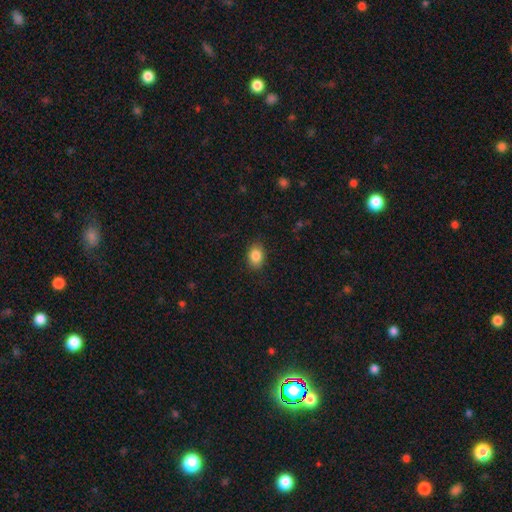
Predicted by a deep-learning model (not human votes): Smooth or featured? Predicted: smooth (p=0.86). How rounded? Predicted: in between (p=0.73). Merging? Predicted: none (p=0.87).